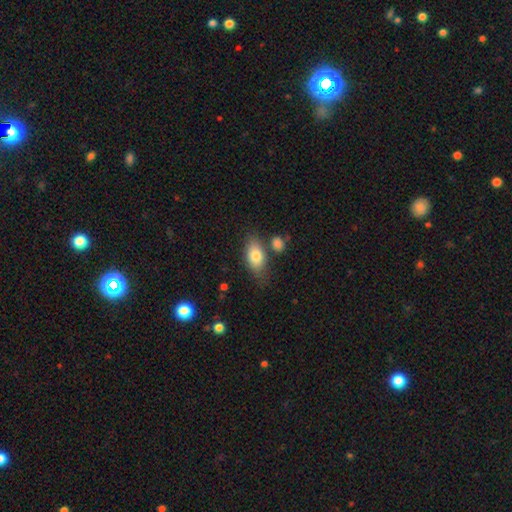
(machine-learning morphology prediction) Q: Smooth or featured?
A: smooth (79%); runner-up: featured or disk (14%)
Q: How rounded?
A: in between (88%); runner-up: round (7%)
Q: Merging?
A: none (65%); runner-up: minor disturbance (18%)